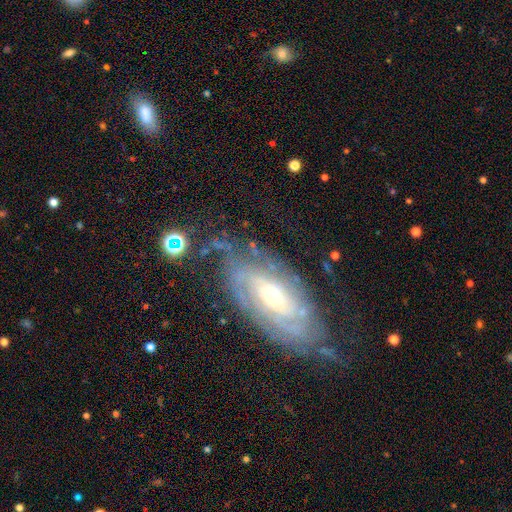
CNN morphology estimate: Q: Smooth or featured?
A: featured or disk (81%); runner-up: smooth (11%)
Q: Edge-on disk?
A: no (89%); runner-up: yes (11%)
Q: Bar?
A: no (41%); tied with: weak (41%)
Q: Spiral arms?
A: yes (92%); runner-up: no (8%)
Q: Spiral winding?
A: tight (69%); runner-up: medium (24%)
Q: Spiral arm count?
A: can't tell (47%); runner-up: 2 (24%)
Q: Bulge size?
A: moderate (56%); runner-up: small (37%)
Q: Merging?
A: none (70%); runner-up: minor disturbance (19%)